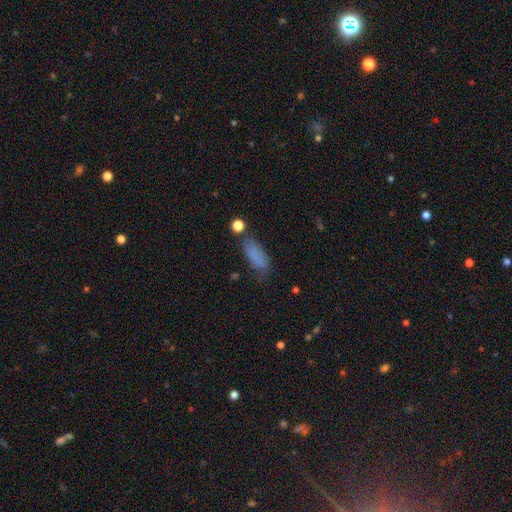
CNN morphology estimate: This appears to be a smooth galaxy with no disk features (82%) that is in between round and cigar-shaped (73%). Merging: none (66%).